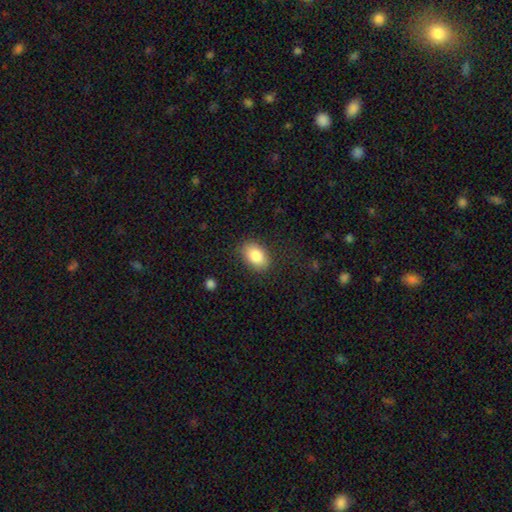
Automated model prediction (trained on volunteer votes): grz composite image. It shows a smooth galaxy with no disk features (85%) that is in between round and cigar-shaped (85%). Merging: none (84%).